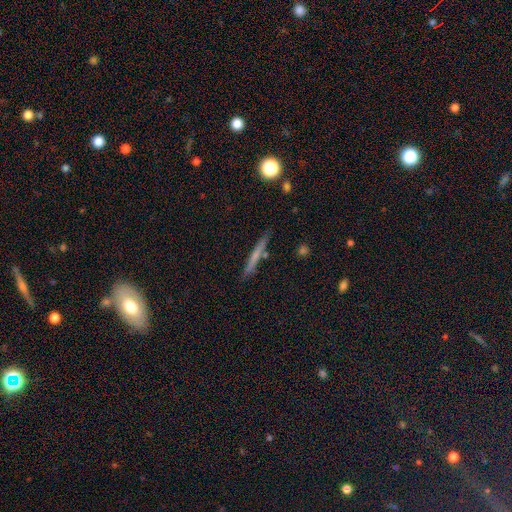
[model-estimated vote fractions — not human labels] A smooth galaxy with no disk features (53%) that is cigar-shaped (94%).

Vote fractions:
- Smooth or featured? smooth: 53% / featured or disk: 39% / star or artifact: 8%
- How rounded? cigar-shaped: 94% / in between: 3% / round: 3%
- Merging? none: 86% / minor disturbance: 9% / merger: 3% / major disturbance: 2%